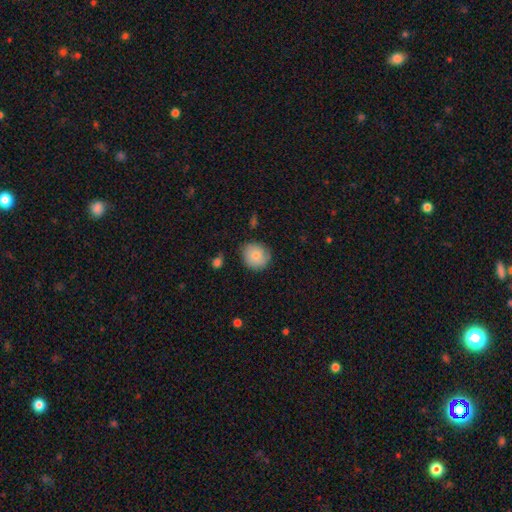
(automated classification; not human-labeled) smooth_or_featured: smooth (p=0.79) [alt: featured or disk p=0.14]
how_rounded: round (p=0.85) [alt: in between p=0.14]
merging: none (p=0.74) [alt: minor disturbance p=0.19]